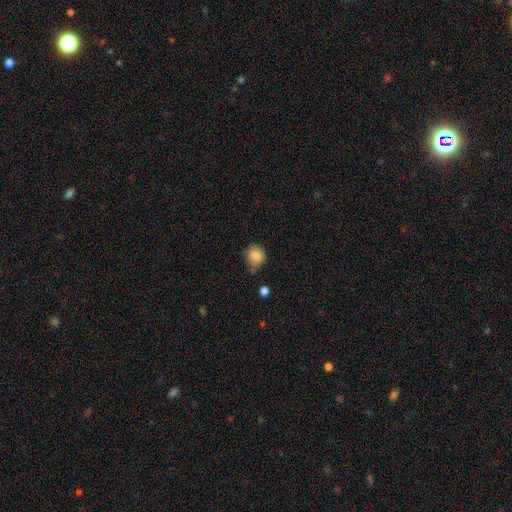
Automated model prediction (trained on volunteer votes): A smooth galaxy with no disk features (85%) that is round (82%).

Vote fractions:
- Smooth or featured? smooth: 85% / star or artifact: 9% / featured or disk: 6%
- How rounded? round: 82% / in between: 18% / cigar-shaped: 1%
- Merging? none: 66% / minor disturbance: 25% / major disturbance: 5% / merger: 4%